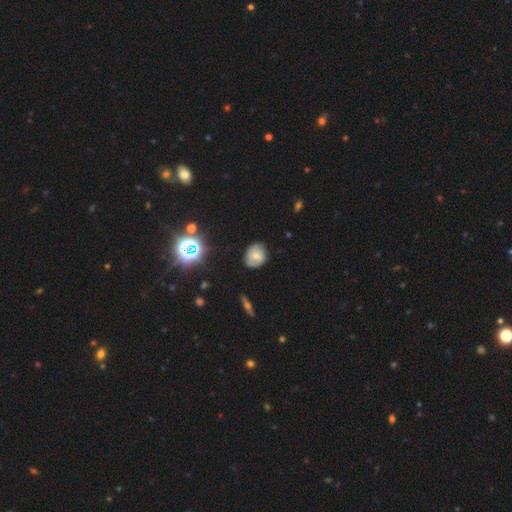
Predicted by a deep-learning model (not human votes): smooth 62%, featured or disk 24%, star or artifact 13%. Down the decision tree: how rounded — round (57%); merging — none (74%).